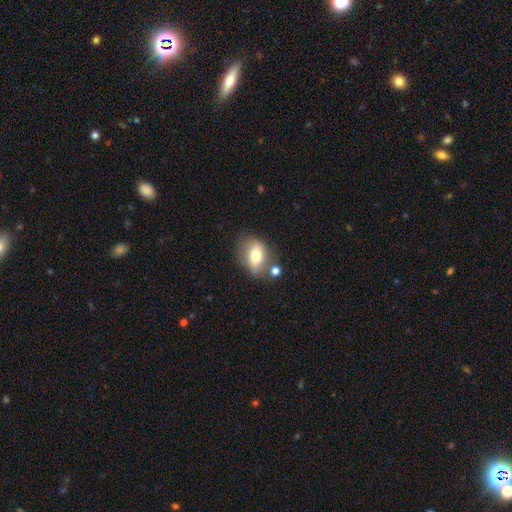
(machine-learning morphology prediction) Smooth or featured? smooth (67%)
How rounded? in between (78%)
Merging? none (58%)